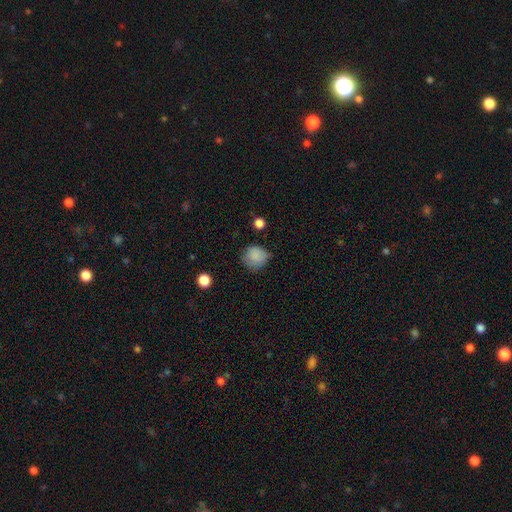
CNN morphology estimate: smooth_or_featured: smooth (p=0.85) [alt: star or artifact p=0.09]
how_rounded: round (p=0.86) [alt: in between p=0.14]
merging: none (p=0.70) [alt: minor disturbance p=0.23]